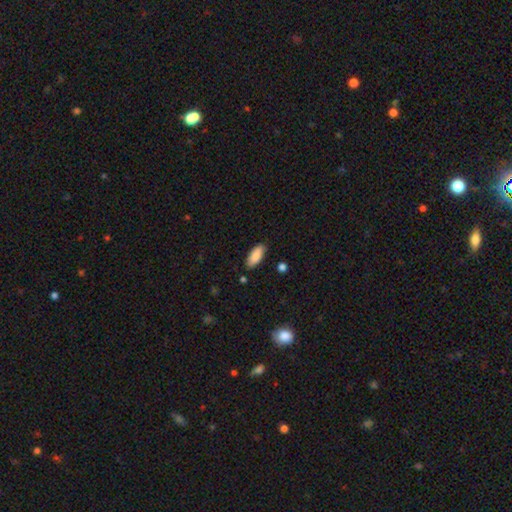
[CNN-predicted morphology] Smooth or featured?
  - smooth: 87% *
  - featured or disk: 7%
  - star or artifact: 6%
How rounded?
  - in between: 82% *
  - cigar-shaped: 17%
  - round: 2%
Merging?
  - none: 85% *
  - minor disturbance: 11%
  - major disturbance: 2%
  - merger: 2%